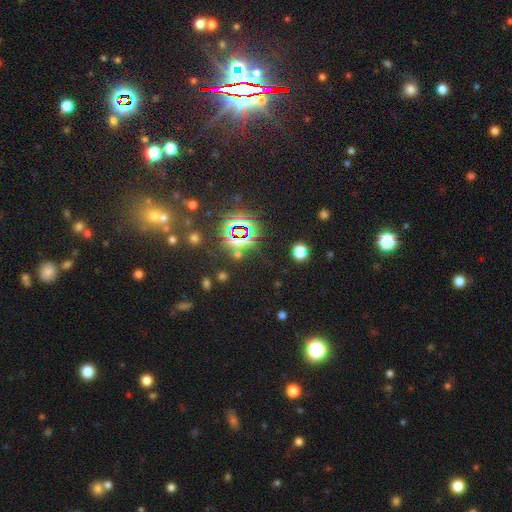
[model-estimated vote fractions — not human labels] Overall: star or artifact (80%).